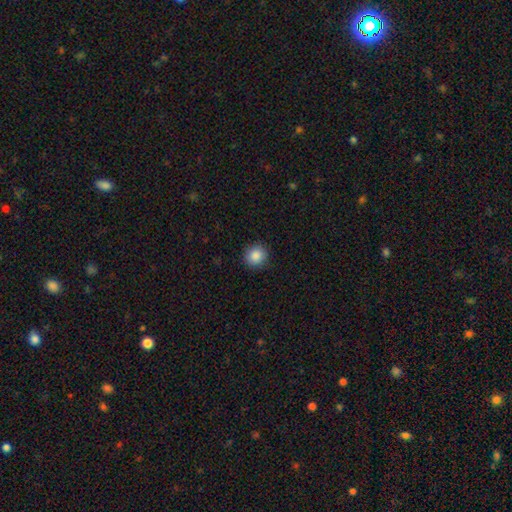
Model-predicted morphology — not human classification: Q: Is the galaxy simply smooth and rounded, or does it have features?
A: smooth — 87%.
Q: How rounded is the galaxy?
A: round — 91%.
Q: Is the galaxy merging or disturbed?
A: none — 90%.